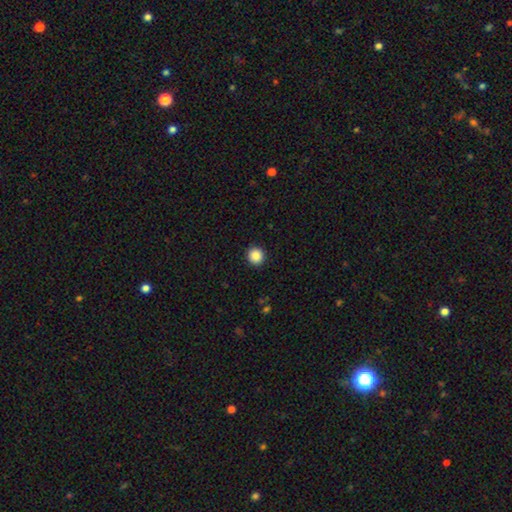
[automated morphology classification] The model was most divided on "smooth or featured": smooth: 88%, star or artifact: 9%, featured or disk: 3%. More confident: how rounded — round (94%); merging — none (93%).